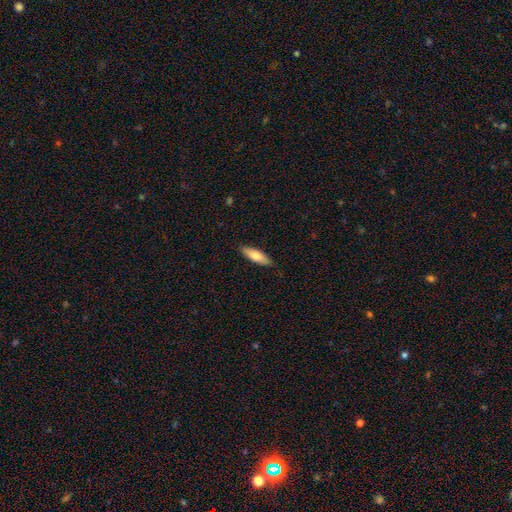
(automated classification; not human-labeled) Q: Smooth or featured?
A: smooth (74%); runner-up: featured or disk (21%)
Q: How rounded?
A: in between (49%); tied with: cigar-shaped (49%)
Q: Merging?
A: none (87%); runner-up: minor disturbance (10%)